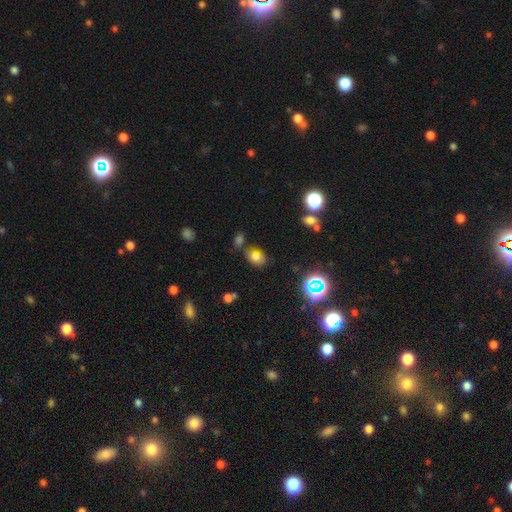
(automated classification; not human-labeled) This appears to be a smooth galaxy with no disk features (69%) that is in between round and cigar-shaped (73%). Merging: none (64%).